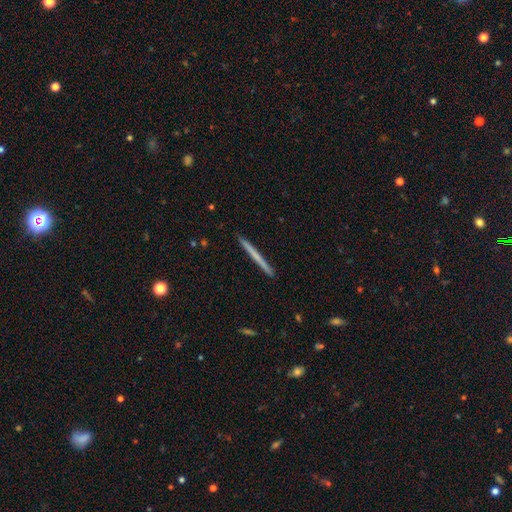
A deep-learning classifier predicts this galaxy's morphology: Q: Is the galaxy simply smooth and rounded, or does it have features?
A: smooth — 54%.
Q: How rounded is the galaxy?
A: cigar-shaped — 97%.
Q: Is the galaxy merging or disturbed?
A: none — 93%.